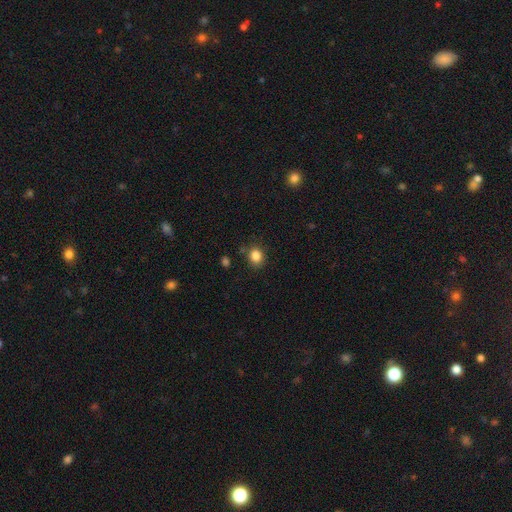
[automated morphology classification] This appears to be a smooth galaxy with no disk features (85%) that is round (63%). Merging: none (81%).